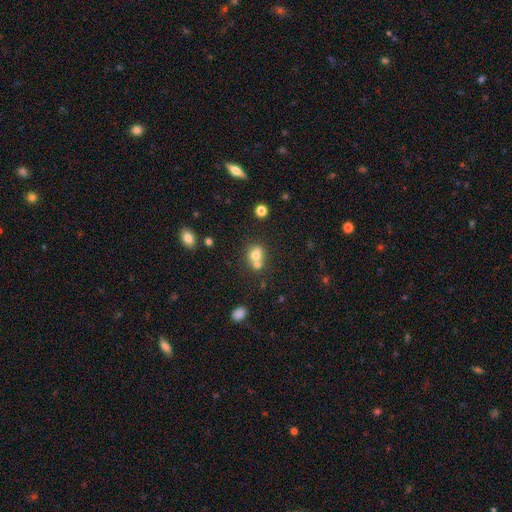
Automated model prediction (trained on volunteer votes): This appears to be a smooth galaxy with no disk features (70%) that is round (71%). Merging: merger (51%).